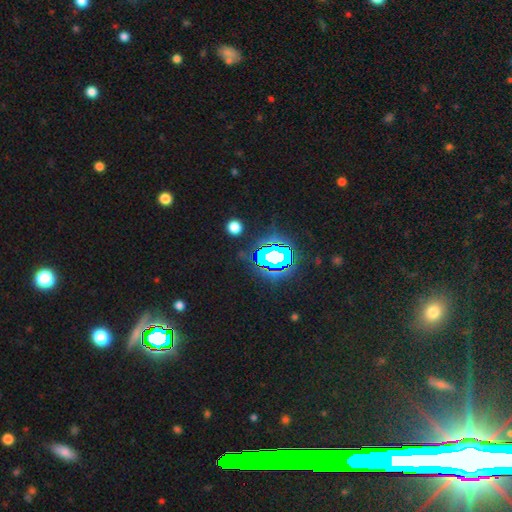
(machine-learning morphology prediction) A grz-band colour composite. It shows a star or artifact, not a galaxy (77%).